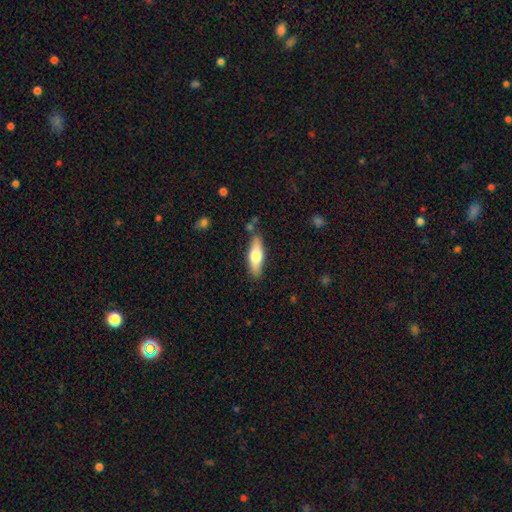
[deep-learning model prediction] This appears to be a smooth galaxy with no disk features (63%) that is in between round and cigar-shaped (51%). Merging: none (82%).